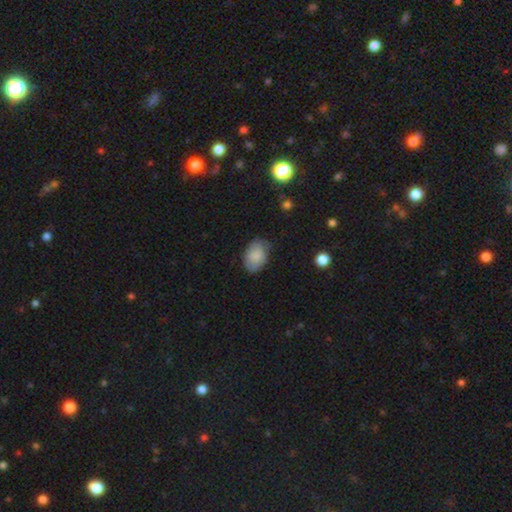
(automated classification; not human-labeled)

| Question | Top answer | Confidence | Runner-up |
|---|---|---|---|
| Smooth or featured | smooth | 77% | featured or disk (16%) |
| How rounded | in between | 86% | round (13%) |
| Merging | none | 68% | minor disturbance (25%) |